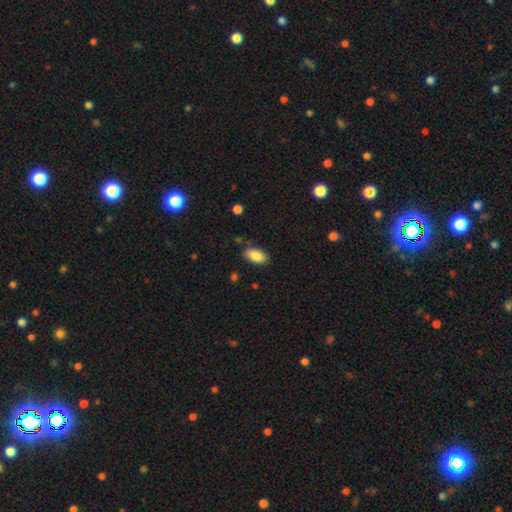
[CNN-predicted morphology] smooth-or-featured: smooth: 87% | star or artifact: 7% | featured or disk: 6%
  how-rounded: in between: 94% | round: 3% | cigar-shaped: 3%
  merging: none: 83% | minor disturbance: 12% | major disturbance: 3% | merger: 2%